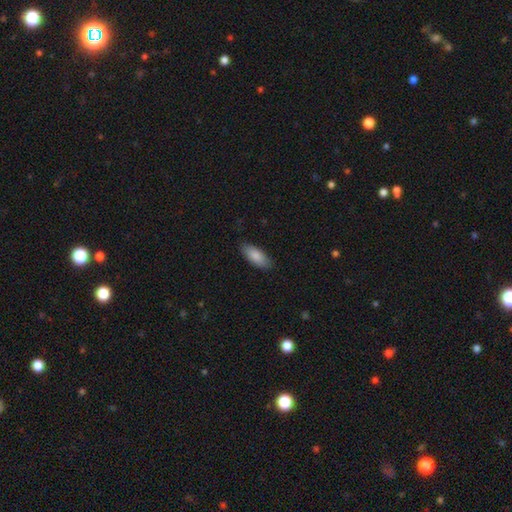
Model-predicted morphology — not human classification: smooth-or-featured: smooth: 86% | featured or disk: 8% | star or artifact: 6%
  how-rounded: in between: 83% | cigar-shaped: 16% | round: 2%
  merging: none: 85% | minor disturbance: 12% | major disturbance: 2% | merger: 1%